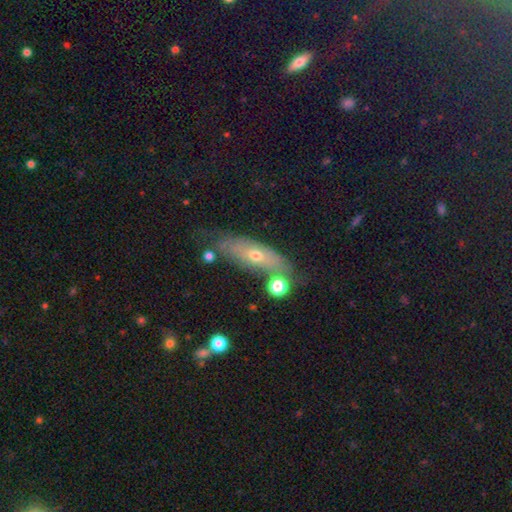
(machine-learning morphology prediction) This is possibly a smooth galaxy (45%). Merging: likely none (69%).